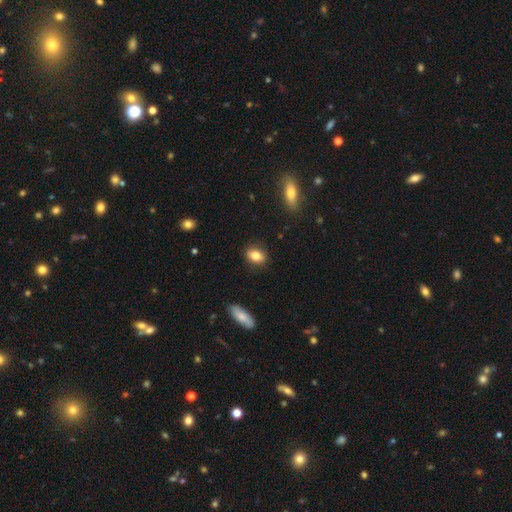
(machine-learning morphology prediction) Overall: smooth (82%). How rounded: in between (74%). Merging: none (86%).